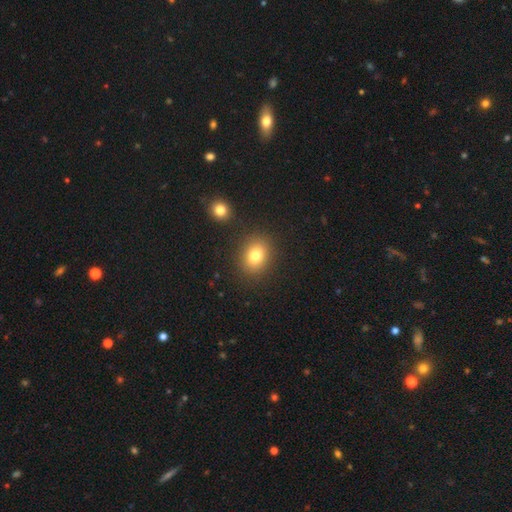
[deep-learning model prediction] This appears to be a smooth galaxy with no disk features (79%) that is round (53%). Merging: none (86%).